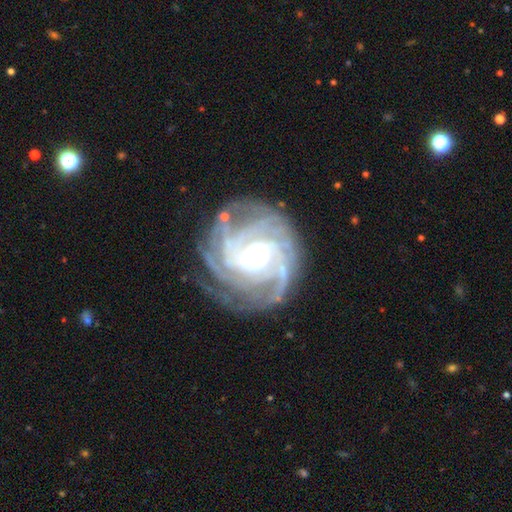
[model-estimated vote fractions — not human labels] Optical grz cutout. It shows a featured or disk galaxy (91%) with no bar (47%), 4 (24%) tight (75%) spiral arms (98%) and a moderate central bulge (57%). Merging: none (77%).